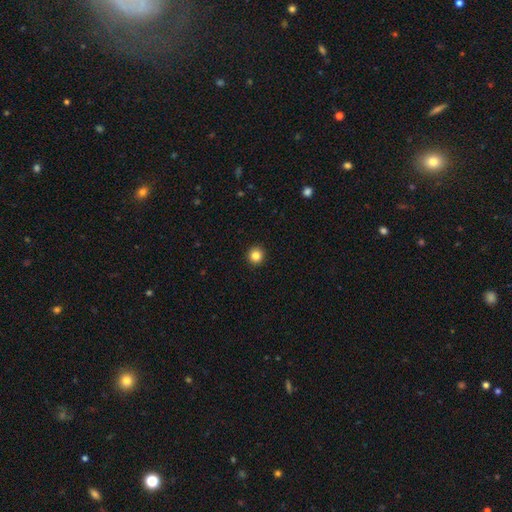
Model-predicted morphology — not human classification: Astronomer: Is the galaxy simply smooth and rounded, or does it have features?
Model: smooth — 85%.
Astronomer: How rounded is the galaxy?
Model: round — 95%.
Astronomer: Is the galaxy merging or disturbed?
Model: none — 94%.